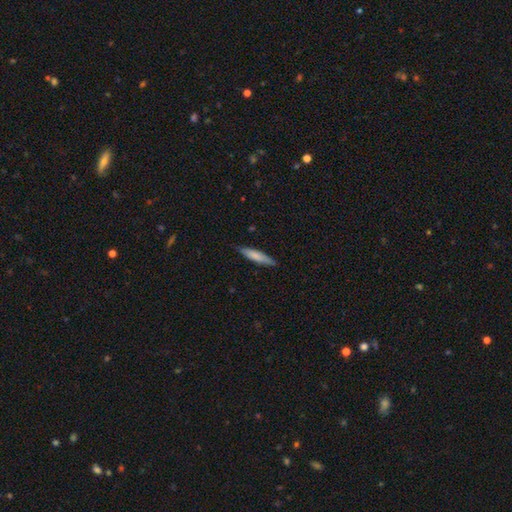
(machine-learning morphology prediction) smooth_or_featured: smooth (p=0.74) [alt: featured or disk p=0.21]
how_rounded: cigar-shaped (p=0.86) [alt: in between p=0.13]
merging: none (p=0.84) [alt: minor disturbance p=0.12]